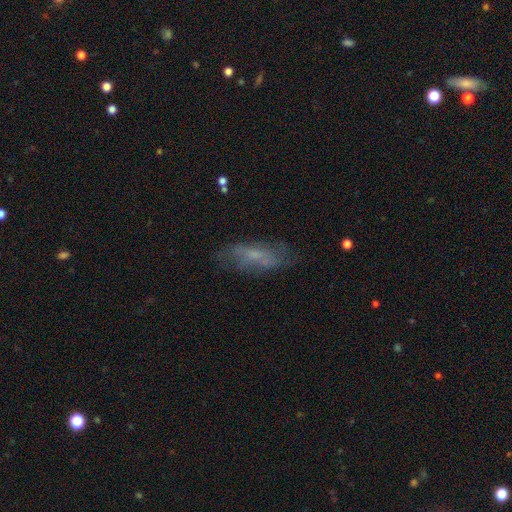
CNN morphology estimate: Smooth or featured: smooth — 46% (featured or disk — 44%)
Merging: none — 64% (minor disturbance — 22%)